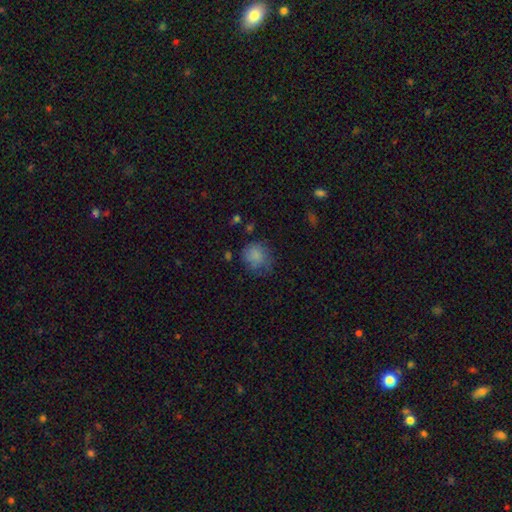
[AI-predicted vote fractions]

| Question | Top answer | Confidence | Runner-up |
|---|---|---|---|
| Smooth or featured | smooth | 78% | featured or disk (11%) |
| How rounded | round | 76% | in between (23%) |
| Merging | none | 53% | minor disturbance (28%) |